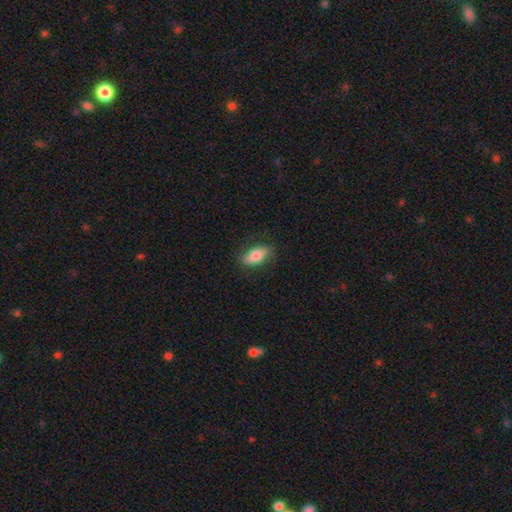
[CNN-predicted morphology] This is likely a smooth galaxy (74%). How rounded: clearly in between (86%). Merging: likely none (79%).